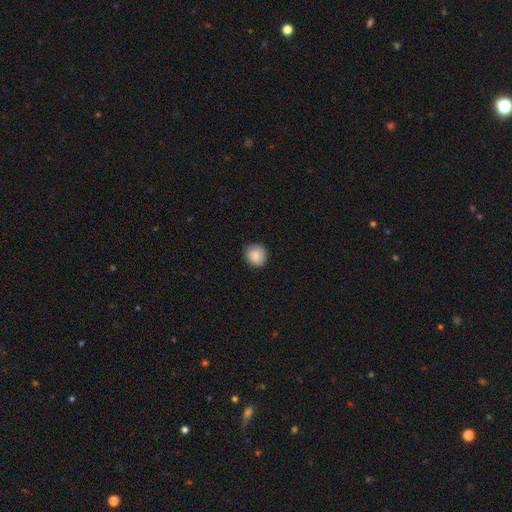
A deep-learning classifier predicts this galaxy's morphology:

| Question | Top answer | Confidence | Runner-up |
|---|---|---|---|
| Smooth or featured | smooth | 85% | star or artifact (8%) |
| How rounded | round | 89% | in between (10%) |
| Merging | none | 86% | minor disturbance (11%) |